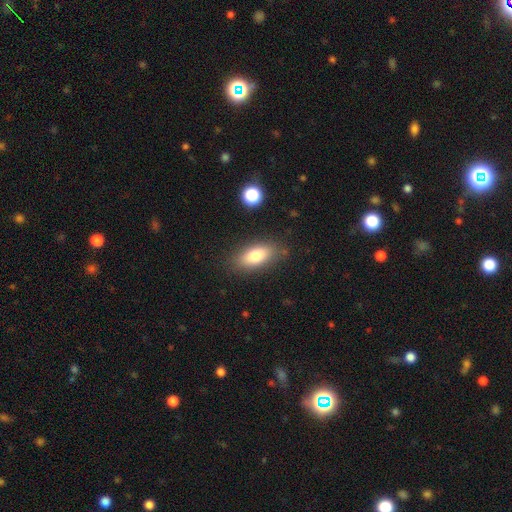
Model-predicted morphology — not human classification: This appears to be a smooth galaxy with no disk features (77%) that is in between round and cigar-shaped (84%). Merging: none (83%).